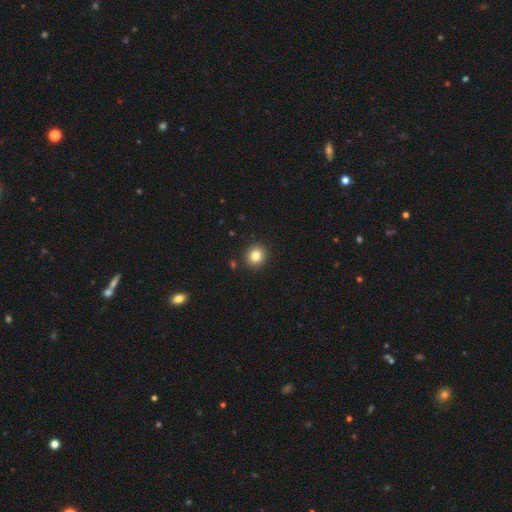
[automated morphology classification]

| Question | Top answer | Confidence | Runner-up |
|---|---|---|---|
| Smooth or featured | smooth | 82% | star or artifact (11%) |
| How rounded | round | 86% | in between (13%) |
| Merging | none | 91% | minor disturbance (6%) |